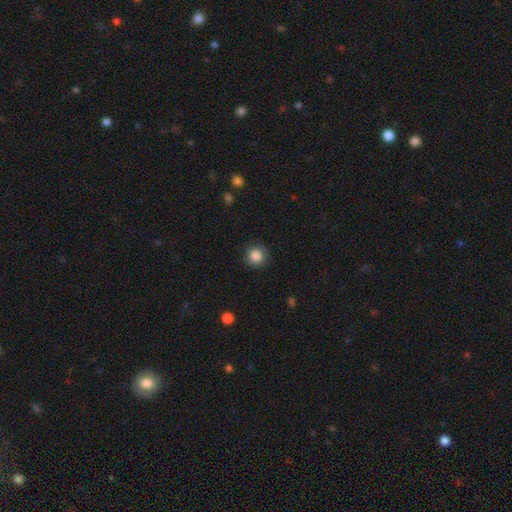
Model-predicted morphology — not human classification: A smooth galaxy with no disk features (86%) that is round (93%).

Vote fractions:
- Smooth or featured? smooth: 86% / star or artifact: 10% / featured or disk: 3%
- How rounded? round: 93% / in between: 6% / cigar-shaped: 1%
- Merging? none: 89% / minor disturbance: 8% / major disturbance: 2% / merger: 1%